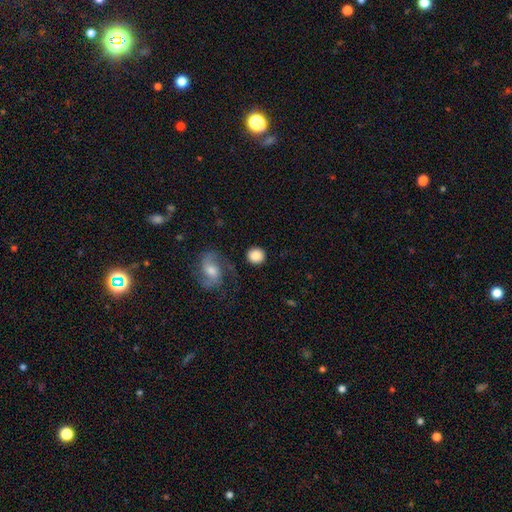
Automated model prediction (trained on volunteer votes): This is clearly a smooth galaxy (82%). How rounded: clearly round (90%). Merging: likely none (79%).